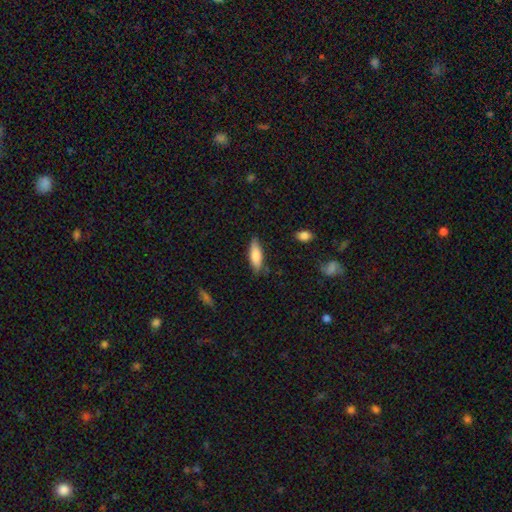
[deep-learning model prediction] smooth_or_featured: smooth (p=0.78) [alt: featured or disk p=0.16]
how_rounded: in between (p=0.55) [alt: cigar-shaped p=0.43]
merging: none (p=0.79) [alt: minor disturbance p=0.16]